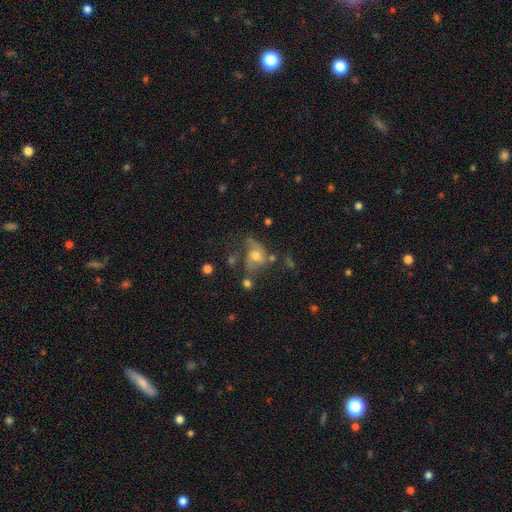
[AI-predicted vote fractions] A smooth galaxy with no disk features (46%). Merging: none (36%).